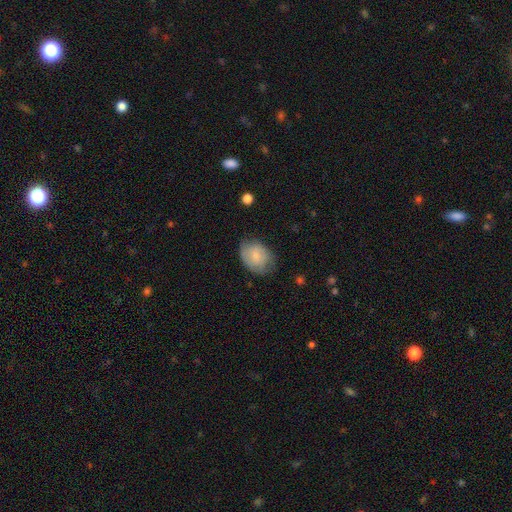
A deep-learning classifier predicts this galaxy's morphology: smooth_or_featured: smooth (p=0.68) [alt: featured or disk p=0.25]
how_rounded: in between (p=0.69) [alt: round p=0.30]
merging: none (p=0.64) [alt: minor disturbance p=0.28]